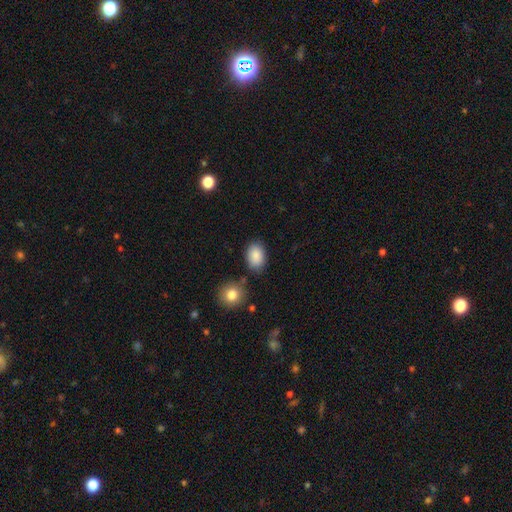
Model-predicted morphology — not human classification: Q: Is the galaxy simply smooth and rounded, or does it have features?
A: smooth — 88%.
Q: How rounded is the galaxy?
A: in between — 82%.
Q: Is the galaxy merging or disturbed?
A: none — 79%.